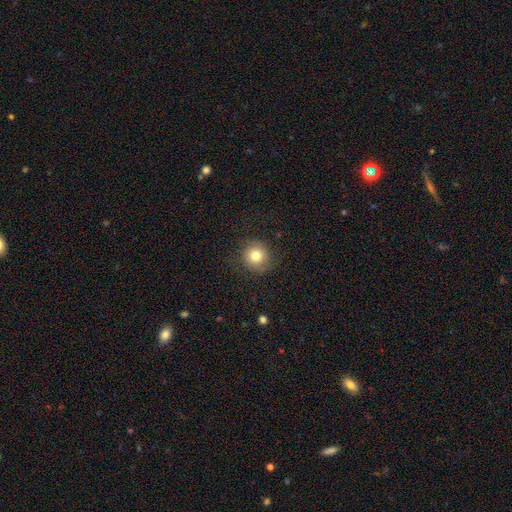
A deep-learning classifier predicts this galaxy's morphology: smooth-or-featured: smooth: 79% | star or artifact: 11% | featured or disk: 10%
  how-rounded: round: 93% | in between: 6% | cigar-shaped: 1%
  merging: none: 85% | minor disturbance: 10% | major disturbance: 4% | merger: 1%